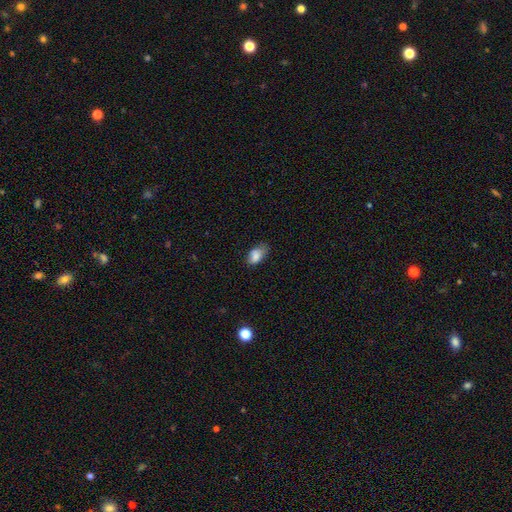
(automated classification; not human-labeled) Overall: smooth (82%). How rounded: in between (89%). Merging: none (48%; minor disturbance 37%).